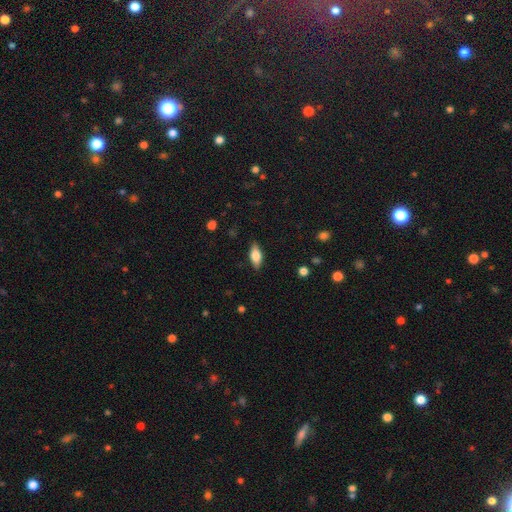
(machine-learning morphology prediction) Smooth or featured? smooth (66%)
How rounded? in between (78%)
Merging? none (86%)